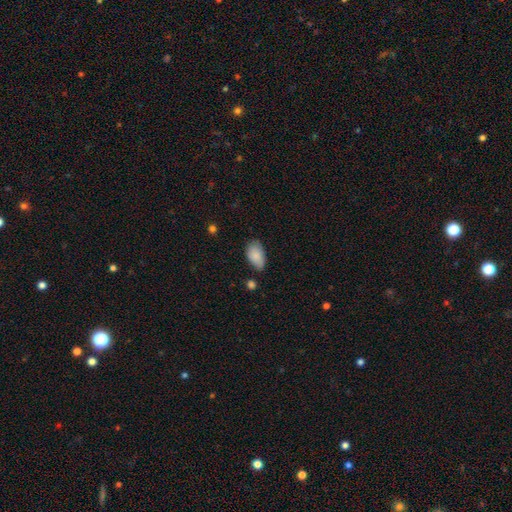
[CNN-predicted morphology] This is clearly a smooth galaxy (86%). How rounded: clearly in between (93%). Merging: likely none (64%).